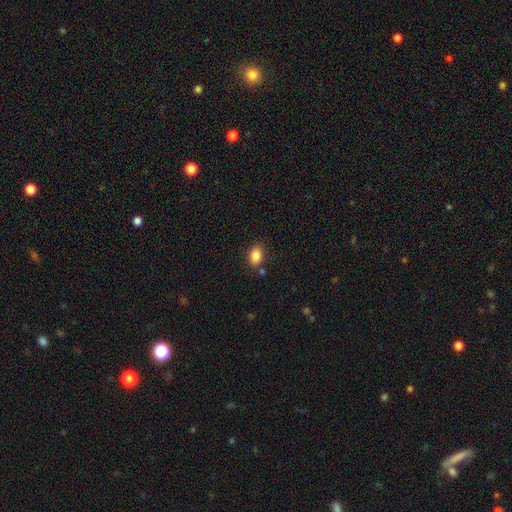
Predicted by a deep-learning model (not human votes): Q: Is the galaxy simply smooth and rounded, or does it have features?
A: smooth — 86%.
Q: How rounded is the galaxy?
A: in between — 79%.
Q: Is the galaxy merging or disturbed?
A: none — 78%.